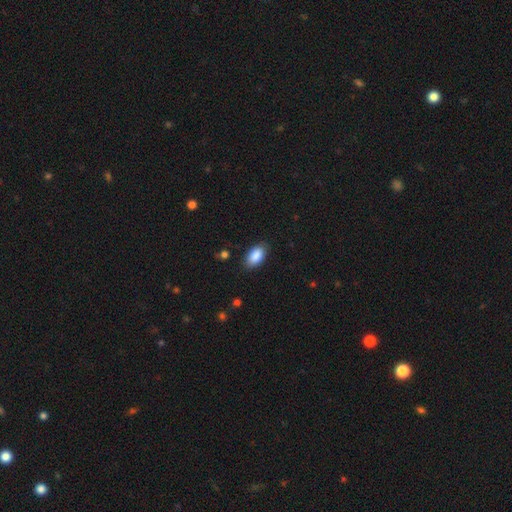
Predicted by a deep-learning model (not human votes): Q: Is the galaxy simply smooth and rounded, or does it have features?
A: smooth — 89%.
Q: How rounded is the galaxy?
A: in between — 94%.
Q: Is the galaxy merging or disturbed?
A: none — 86%.